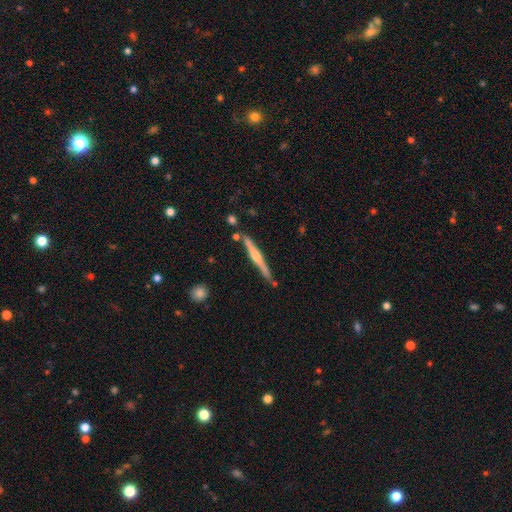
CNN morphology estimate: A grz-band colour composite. It shows a featured or disk galaxy (67%) viewed edge-on (98%) with a rounded central bulge (82%). Merging: none (81%).